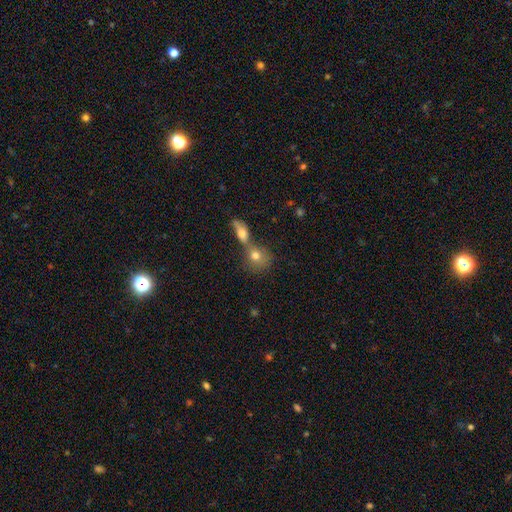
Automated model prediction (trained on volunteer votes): Smooth or featured? smooth (75%)
How rounded? round (66%)
Merging? merger (55%)